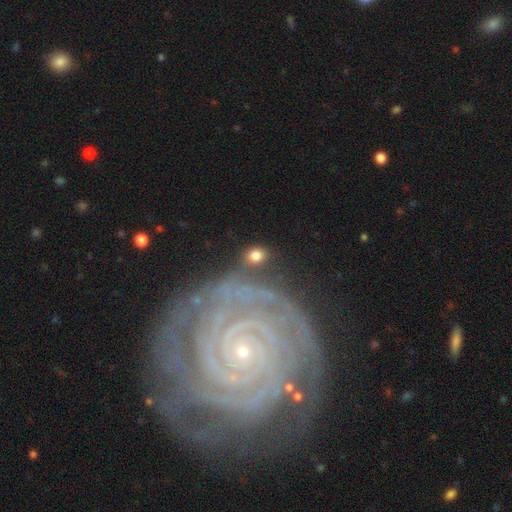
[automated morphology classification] Smooth or featured: smooth — 74% (featured or disk — 16%)
How rounded: round — 55% (in between — 43%)
Merging: none — 71% (minor disturbance — 14%)